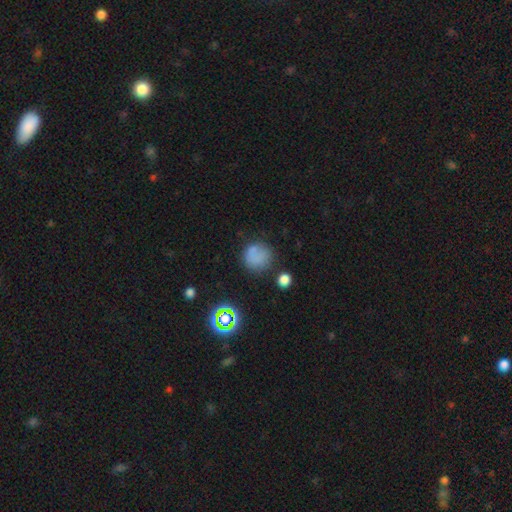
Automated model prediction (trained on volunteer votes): Smooth or featured? smooth (74%)
How rounded? round (89%)
Merging? none (69%)